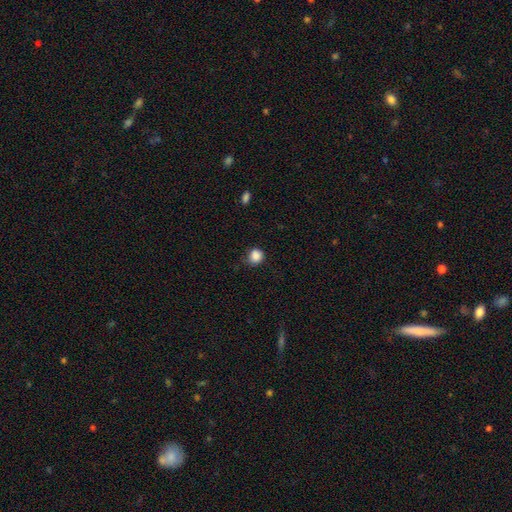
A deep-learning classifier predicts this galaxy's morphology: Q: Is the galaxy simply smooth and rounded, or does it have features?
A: smooth — 87%.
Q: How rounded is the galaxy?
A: round — 82%.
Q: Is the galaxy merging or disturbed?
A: none — 73%.